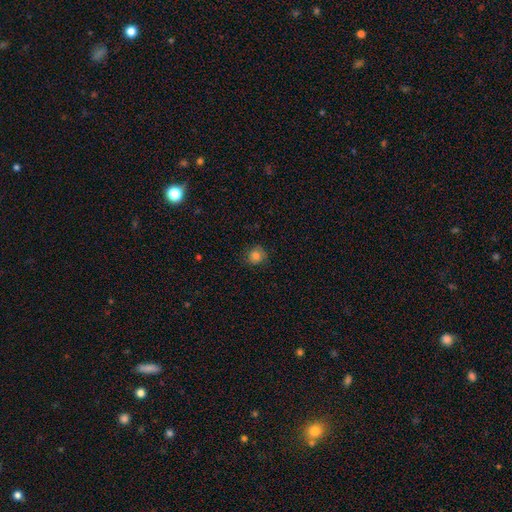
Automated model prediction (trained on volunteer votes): Morphology: type=smooth (80%); roundness=round (84%); merging=none (79%).